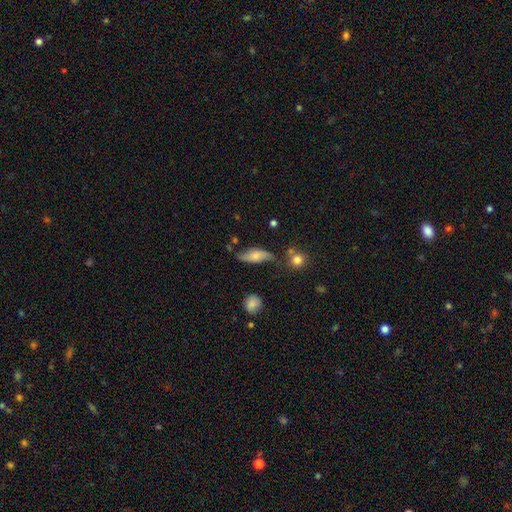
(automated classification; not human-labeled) A smooth galaxy with no disk features (57%) that is in between round and cigar-shaped (73%).

Vote fractions:
- Smooth or featured? smooth: 57% / featured or disk: 35% / star or artifact: 8%
- How rounded? in between: 73% / cigar-shaped: 23% / round: 5%
- Merging? none: 56% / minor disturbance: 28% / major disturbance: 9% / merger: 6%